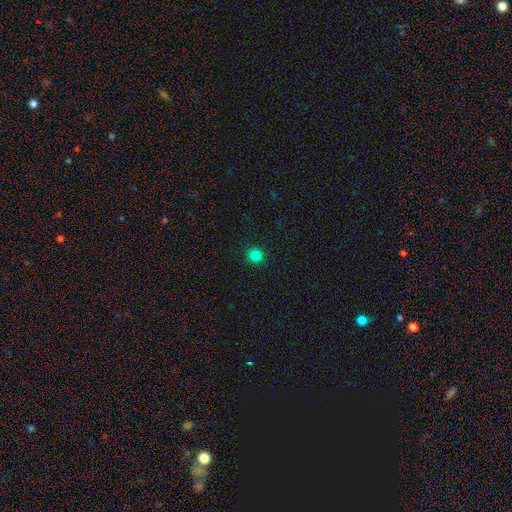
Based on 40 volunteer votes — smooth 92%, star or artifact 5%, featured or disk 2%. Down the decision tree: how rounded — round (97%); merging — none (97%).